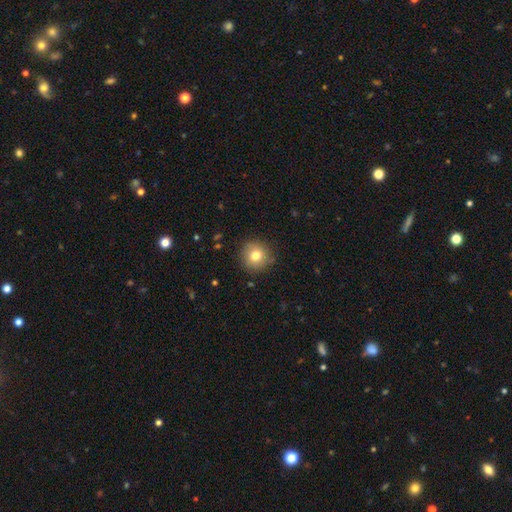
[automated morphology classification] A smooth galaxy with no disk features (79%) that is round (92%).

Vote fractions:
- Smooth or featured? smooth: 79% / star or artifact: 11% / featured or disk: 10%
- How rounded? round: 92% / in between: 7% / cigar-shaped: 1%
- Merging? none: 88% / minor disturbance: 9% / major disturbance: 2% / merger: 1%